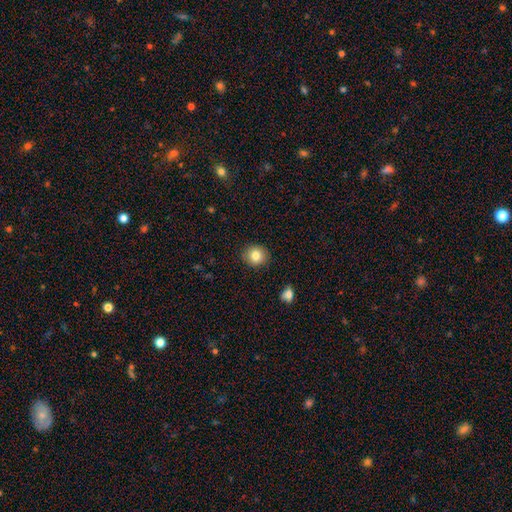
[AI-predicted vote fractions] smooth-or-featured: smooth: 83% | star or artifact: 10% | featured or disk: 8%
  how-rounded: round: 84% | in between: 15% | cigar-shaped: 1%
  merging: none: 89% | minor disturbance: 8% | major disturbance: 2% | merger: 1%